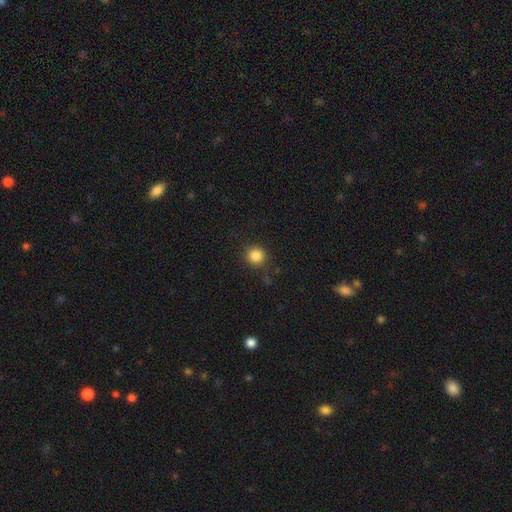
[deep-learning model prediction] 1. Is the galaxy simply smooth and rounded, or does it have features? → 85% smooth, 11% star or artifact, 4% featured or disk.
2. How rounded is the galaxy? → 92% round, 7% in between, 1% cigar-shaped.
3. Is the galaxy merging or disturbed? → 86% none, 10% minor disturbance, 3% major disturbance, 1% merger.